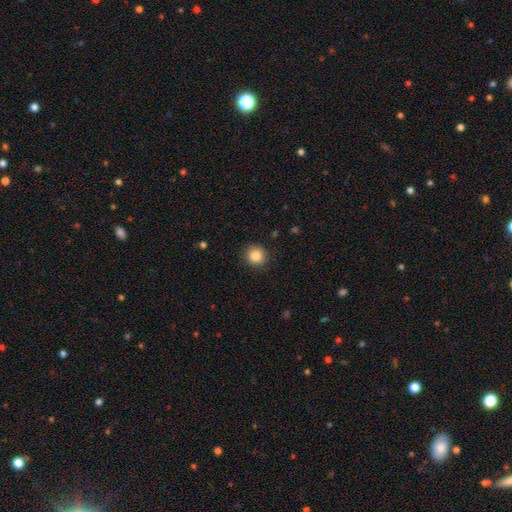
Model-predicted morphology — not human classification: This appears to be a smooth galaxy with no disk features (85%) that is round (93%). Merging: none (91%).